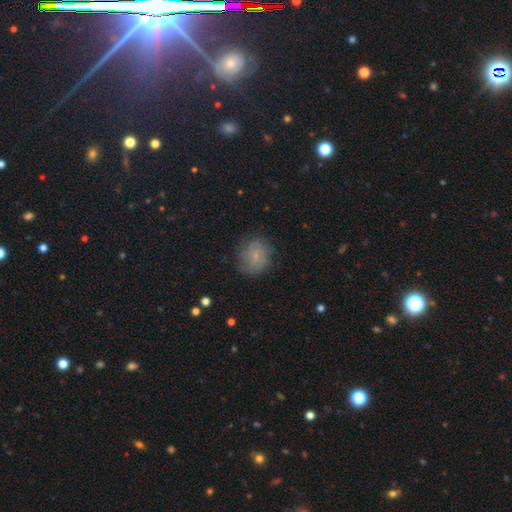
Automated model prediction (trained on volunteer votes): Morphology: type=smooth (59%); roundness=round (73%); merging=none (72%).